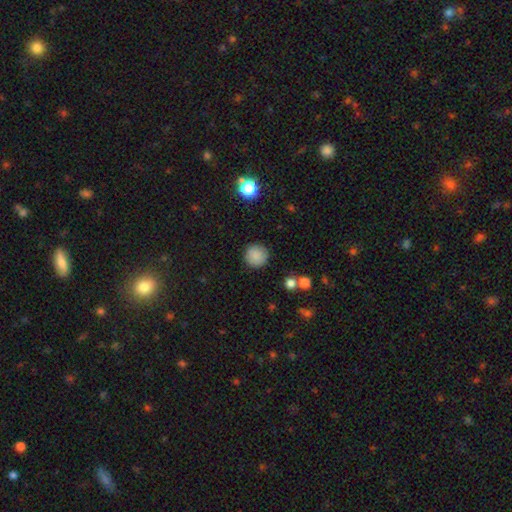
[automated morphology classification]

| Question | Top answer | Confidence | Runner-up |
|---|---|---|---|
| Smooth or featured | smooth | 86% | star or artifact (9%) |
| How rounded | round | 95% | in between (4%) |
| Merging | none | 90% | minor disturbance (7%) |